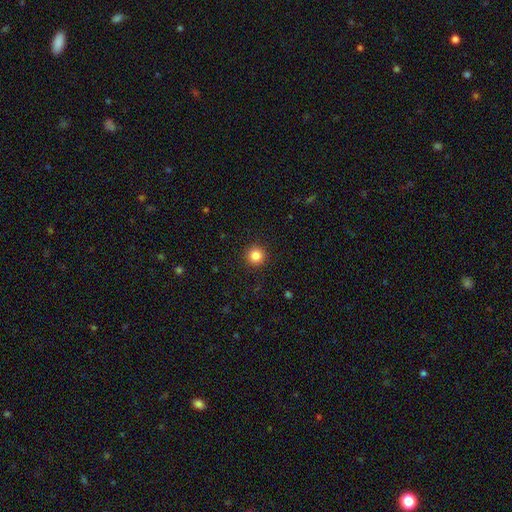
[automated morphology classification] smooth-or-featured: smooth: 85% | star or artifact: 11% | featured or disk: 4%
  how-rounded: round: 96% | in between: 3% | cigar-shaped: 1%
  merging: none: 93% | minor disturbance: 5% | major disturbance: 2% | merger: 1%